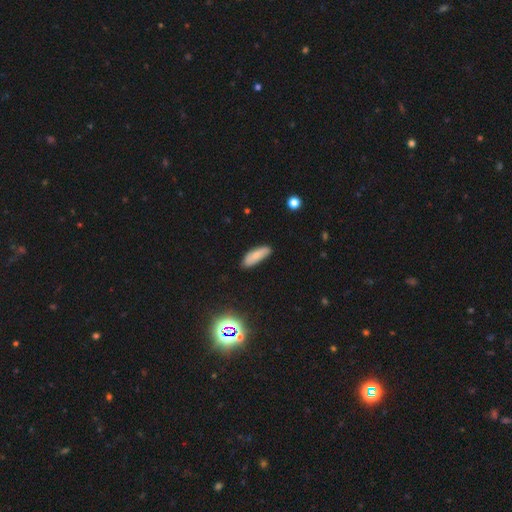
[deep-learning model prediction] The model was most divided on "how rounded": in between: 58%, cigar-shaped: 40%, round: 2%. More confident: merging — none (80%); smooth or featured — smooth (76%).